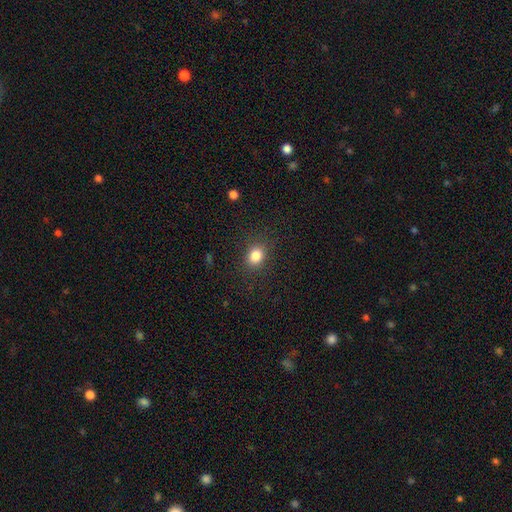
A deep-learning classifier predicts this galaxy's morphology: Smooth or featured? Predicted: smooth (p=0.83). How rounded? Predicted: round (p=0.56). Merging? Predicted: none (p=0.86).